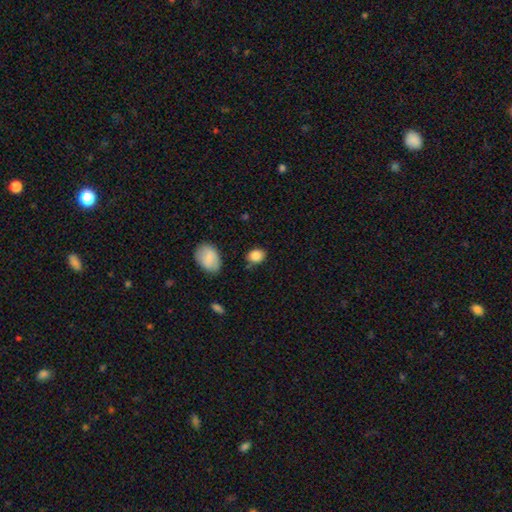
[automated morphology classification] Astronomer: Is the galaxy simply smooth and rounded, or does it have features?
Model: smooth — 86%.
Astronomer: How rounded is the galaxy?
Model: in between — 58% (runner-up: round, 41%).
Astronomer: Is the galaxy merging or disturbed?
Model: none — 71%.